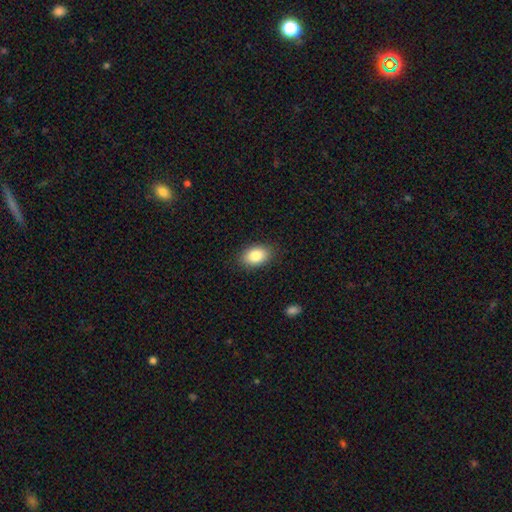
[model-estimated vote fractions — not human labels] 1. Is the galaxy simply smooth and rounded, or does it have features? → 86% smooth, 7% star or artifact, 7% featured or disk.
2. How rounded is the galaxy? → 85% in between, 13% round, 1% cigar-shaped.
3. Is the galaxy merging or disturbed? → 87% none, 10% minor disturbance, 2% major disturbance, 1% merger.